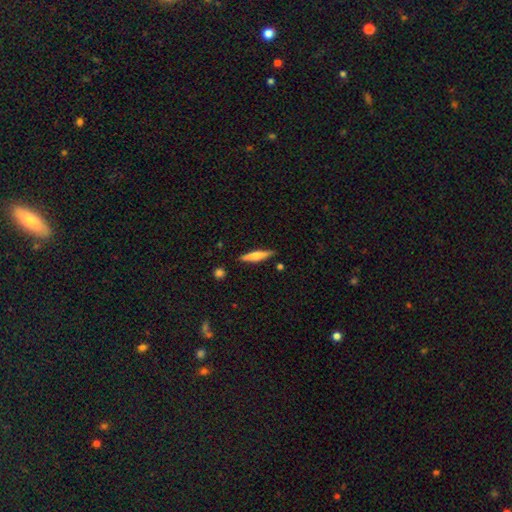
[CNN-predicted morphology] smooth 58%, featured or disk 36%, star or artifact 6%. Down the decision tree: how rounded — cigar-shaped (86%); merging — none (87%).